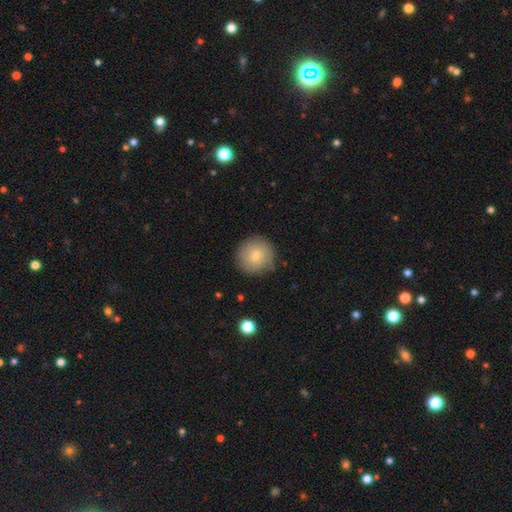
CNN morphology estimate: smooth-or-featured: smooth: 76% | featured or disk: 16% | star or artifact: 7%
  how-rounded: round: 94% | in between: 5% | cigar-shaped: 1%
  merging: none: 86% | minor disturbance: 11% | major disturbance: 3% | merger: 1%